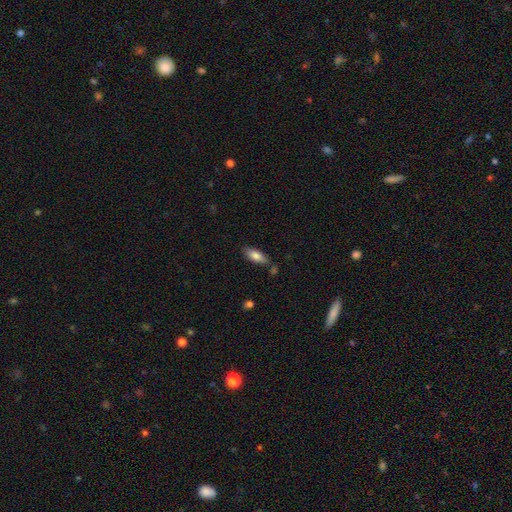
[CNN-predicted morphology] This is clearly a smooth galaxy (81%). How rounded: likely in between (76%). Merging: likely none (73%).